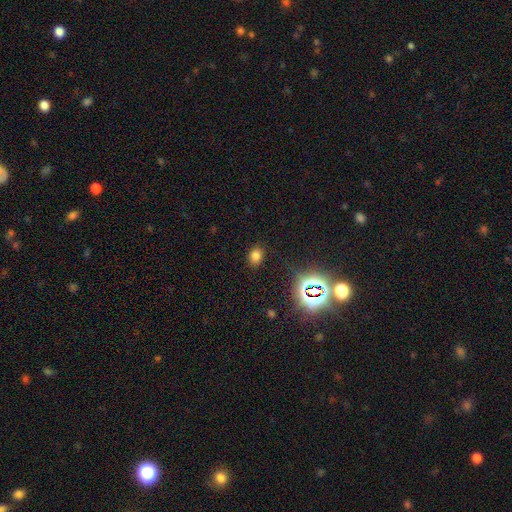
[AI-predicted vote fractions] Smooth or featured?
  - smooth: 71% *
  - star or artifact: 22%
  - featured or disk: 7%
How rounded?
  - in between: 64% *
  - round: 35%
  - cigar-shaped: 1%
Merging?
  - none: 85% *
  - minor disturbance: 10%
  - major disturbance: 3%
  - merger: 2%